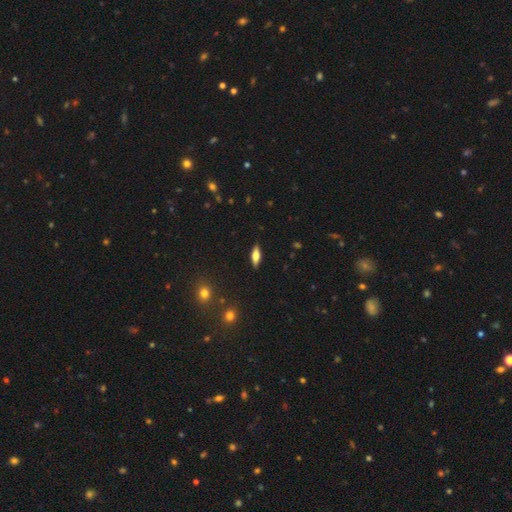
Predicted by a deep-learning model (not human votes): A smooth galaxy with no disk features (61%) that is in between round and cigar-shaped (58%). Merging: none (89%).